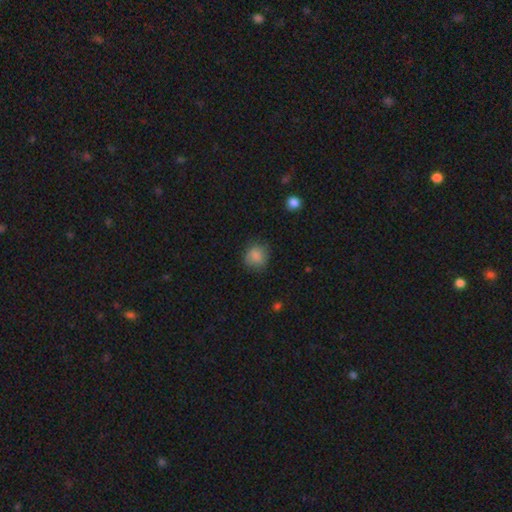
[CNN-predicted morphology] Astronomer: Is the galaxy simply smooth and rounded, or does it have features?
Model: smooth — 82%.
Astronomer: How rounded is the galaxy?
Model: round — 79%.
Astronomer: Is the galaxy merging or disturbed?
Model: none — 74%.